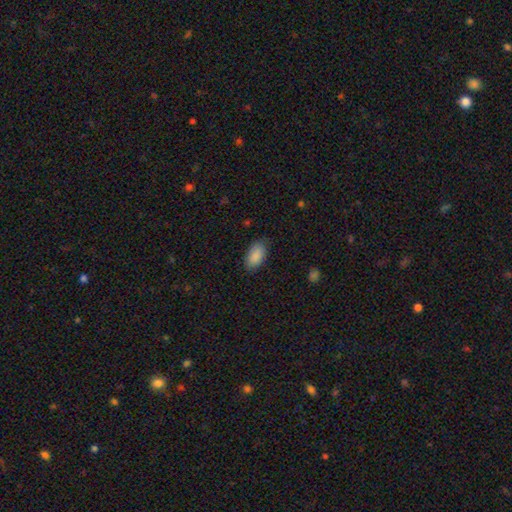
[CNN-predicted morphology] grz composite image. It shows a smooth galaxy with no disk features (90%) that is in between round and cigar-shaped (94%). Merging: none (83%).